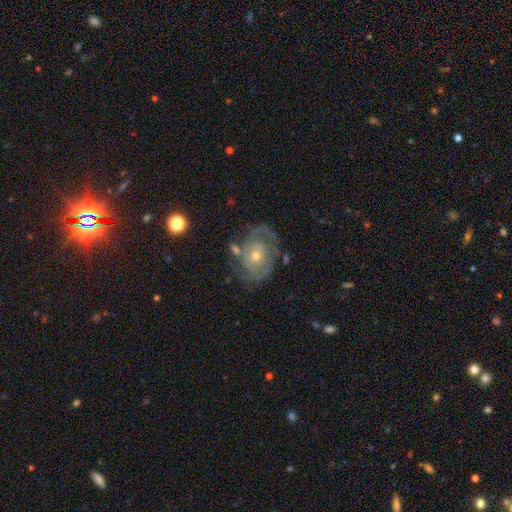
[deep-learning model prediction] Smooth or featured? Predicted: featured or disk (p=0.76). Edge-on disk? Predicted: no (p=0.96). Bar? Predicted: no (p=0.79). Spiral arms? Predicted: yes (p=0.78). Spiral winding? Predicted: tight (p=0.60). Spiral arm count? Predicted: 2 (p=0.39). Bulge size? Predicted: small (p=0.50). Merging? Predicted: none (p=0.60).